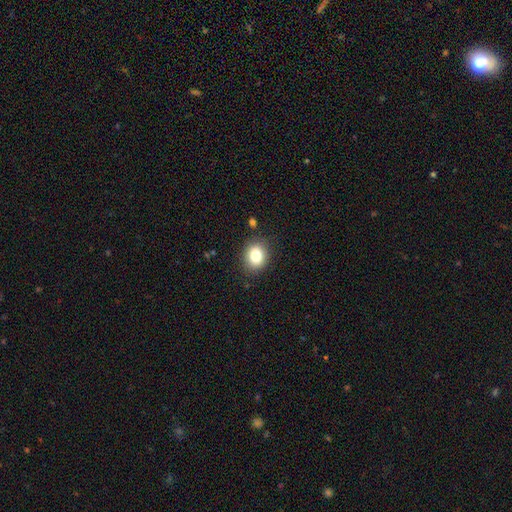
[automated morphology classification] Smooth or featured?
  - smooth: 81% *
  - star or artifact: 10%
  - featured or disk: 9%
How rounded?
  - round: 59% *
  - in between: 40%
  - cigar-shaped: 1%
Merging?
  - none: 86% *
  - minor disturbance: 9%
  - major disturbance: 3%
  - merger: 2%